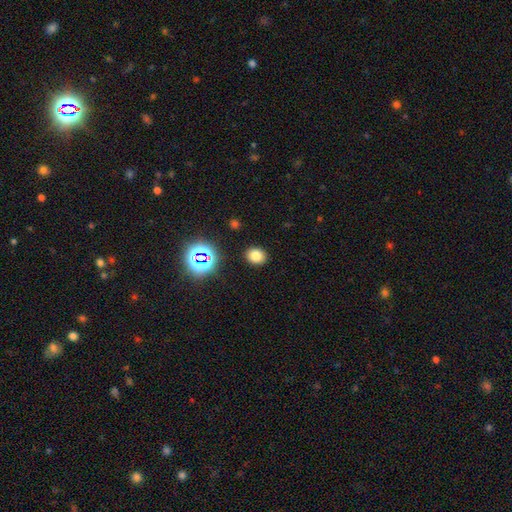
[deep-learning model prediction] This appears to be a smooth galaxy with no disk features (74%) that is round (59%). Merging: none (89%).